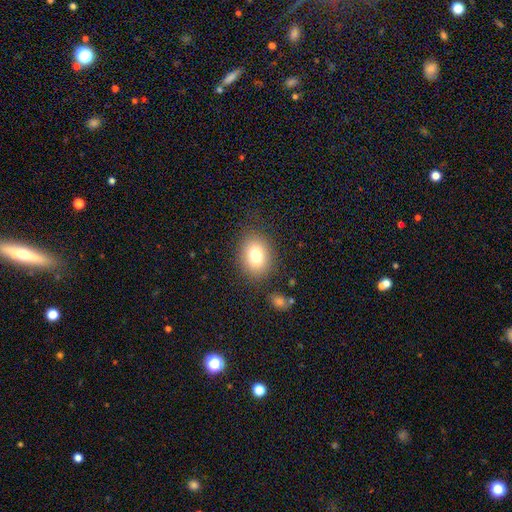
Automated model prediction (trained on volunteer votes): smooth-or-featured: smooth: 79% | featured or disk: 11% | star or artifact: 10%
  how-rounded: in between: 62% | round: 37% | cigar-shaped: 1%
  merging: none: 83% | minor disturbance: 11% | major disturbance: 4% | merger: 2%